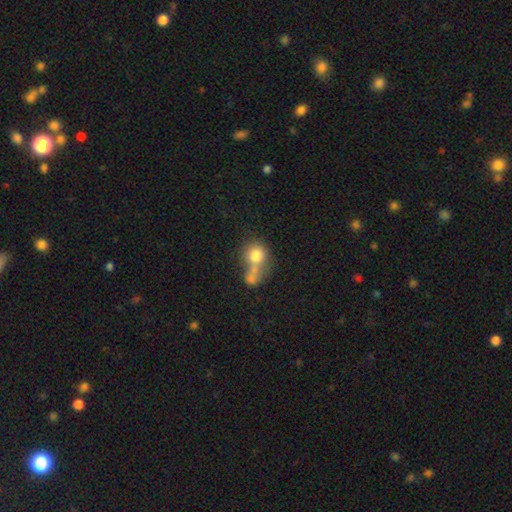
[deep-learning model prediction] The model was most divided on "merging": merger: 56%, none: 23%, major disturbance: 11%, minor disturbance: 10%. More confident: smooth or featured — smooth (73%); how rounded — round (73%).